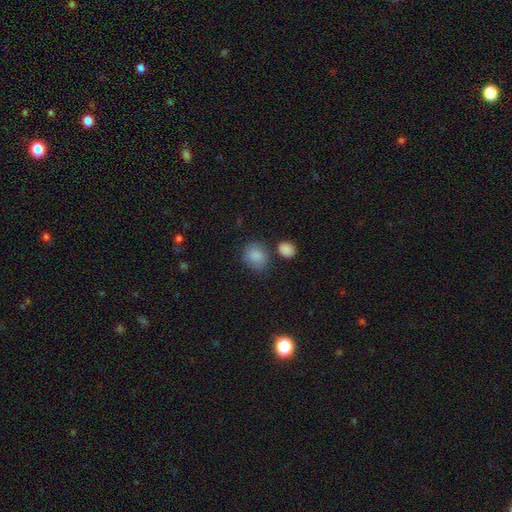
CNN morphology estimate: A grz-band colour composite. It shows a smooth galaxy with no disk features (84%) that is round (64%). Merging: none (64%).